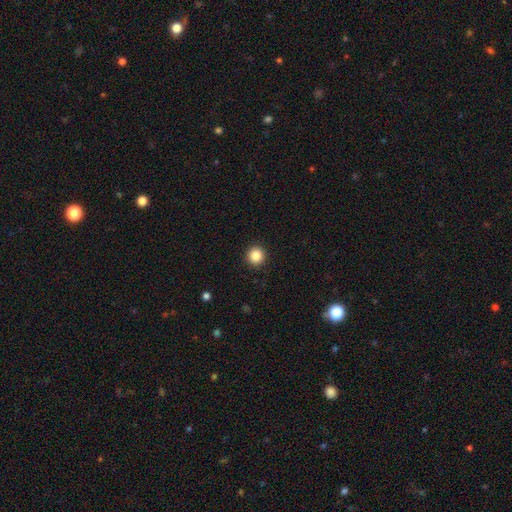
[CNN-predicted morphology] This appears to be a smooth galaxy with no disk features (86%) that is round (93%). Merging: none (93%).